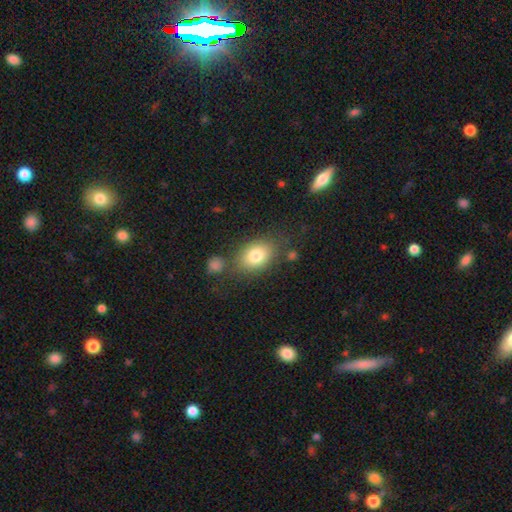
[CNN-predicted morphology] This is likely a smooth galaxy (80%). How rounded: likely in between (73%). Merging: likely none (71%).